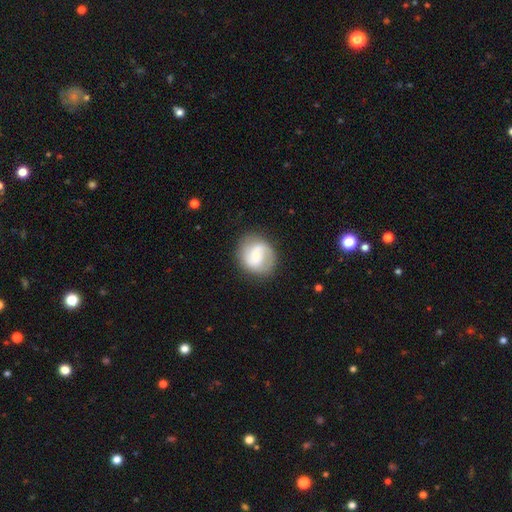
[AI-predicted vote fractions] This is likely a featured or disk galaxy (63%). It is clearly not viewed edge-on (98%). Bar: possibly weak (50%). Spiral arm pattern: clearly yes (90%). Spiral arm count: likely 2 (80%). Spiral winding: possibly medium (46%). Central bulge: marginally small (43%). Merging: likely none (79%).